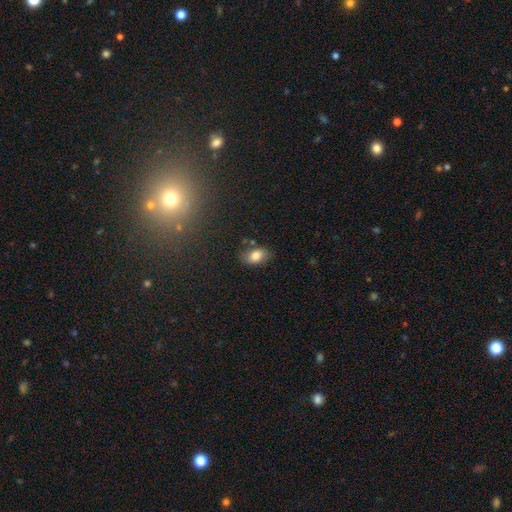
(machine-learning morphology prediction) smooth-or-featured: smooth: 80% | featured or disk: 11% | star or artifact: 9%
  how-rounded: in between: 87% | round: 12% | cigar-shaped: 2%
  merging: none: 75% | minor disturbance: 17% | merger: 4% | major disturbance: 4%